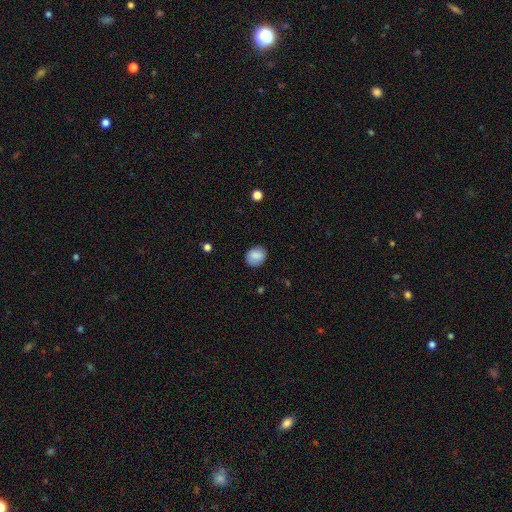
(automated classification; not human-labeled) The model was most divided on "how rounded": round: 59%, in between: 40%, cigar-shaped: 1%. More confident: smooth or featured — smooth (85%); merging — none (84%).